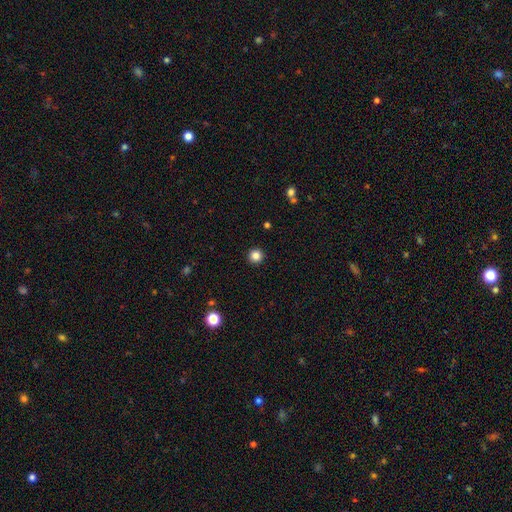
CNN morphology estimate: smooth_or_featured: smooth (p=0.84) [alt: star or artifact p=0.12]
how_rounded: round (p=0.96) [alt: in between p=0.03]
merging: none (p=0.93) [alt: minor disturbance p=0.04]